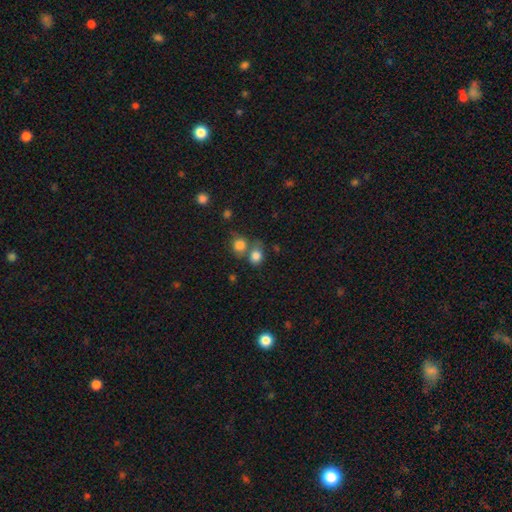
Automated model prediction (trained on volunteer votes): Smooth or featured: smooth — 82% (star or artifact — 11%)
How rounded: round — 62% (in between — 37%)
Merging: none — 46% (merger — 38%)